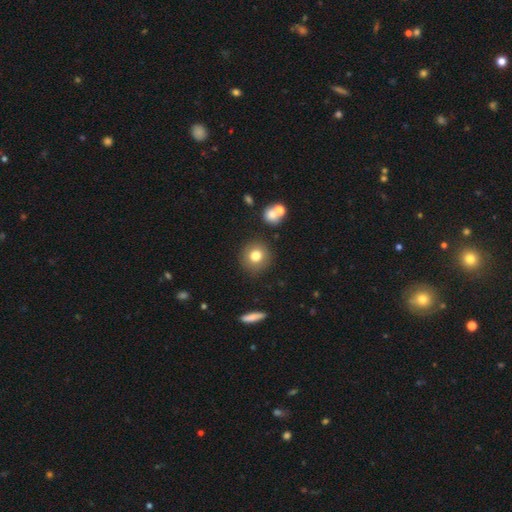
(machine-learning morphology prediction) Smooth or featured: smooth — 78% (star or artifact — 11%)
How rounded: round — 92% (in between — 7%)
Merging: none — 86% (minor disturbance — 8%)